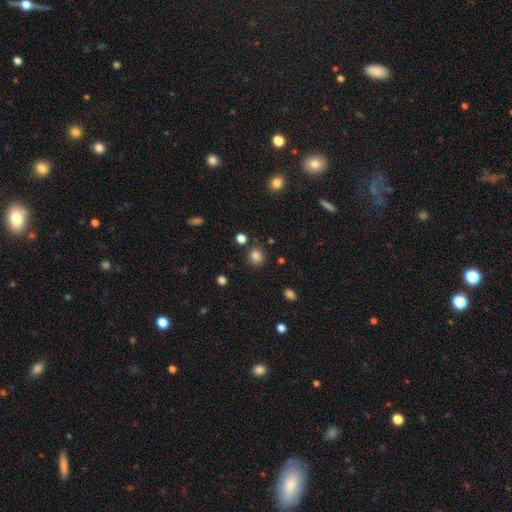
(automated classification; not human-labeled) Overall: smooth (83%). How rounded: round (87%). Merging: none (86%).